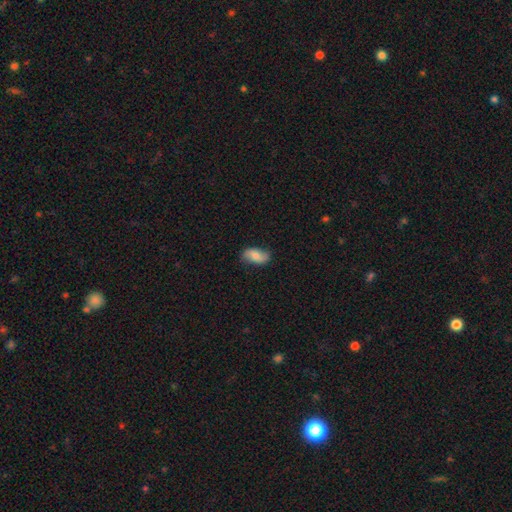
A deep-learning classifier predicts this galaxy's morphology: type=smooth (64%); roundness=in between (91%); merging=none (77%).